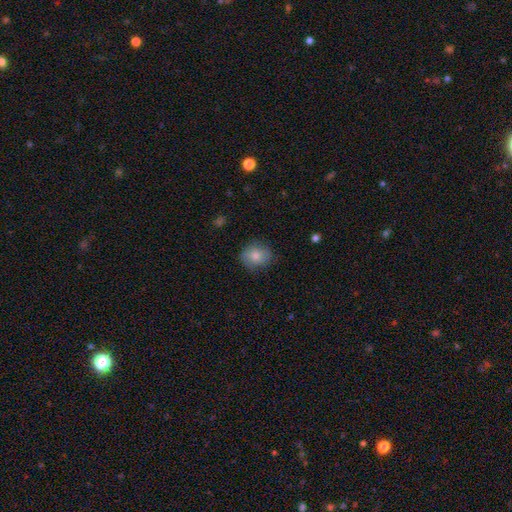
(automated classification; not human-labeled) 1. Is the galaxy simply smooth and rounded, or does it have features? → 79% smooth, 13% featured or disk, 8% star or artifact.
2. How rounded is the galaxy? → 64% round, 35% in between, 1% cigar-shaped.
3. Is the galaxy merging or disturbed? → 81% none, 15% minor disturbance, 4% major disturbance, 1% merger.